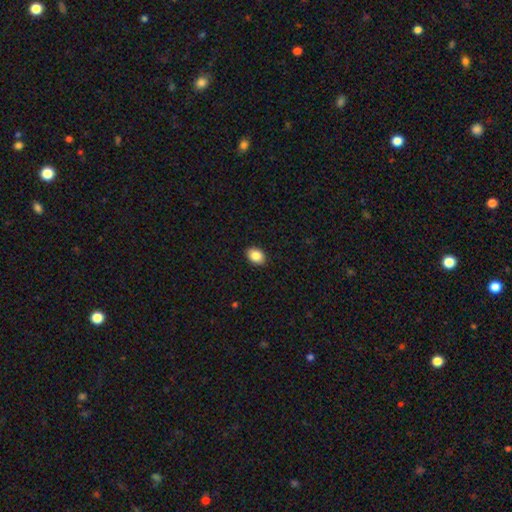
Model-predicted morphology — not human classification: Smooth or featured: smooth — 87% (star or artifact — 8%)
How rounded: in between — 75% (round — 24%)
Merging: none — 91% (minor disturbance — 7%)